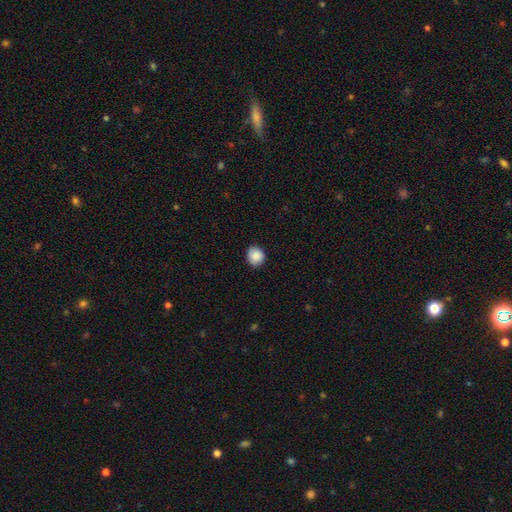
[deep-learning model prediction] Overall: smooth (89%). How rounded: round (84%). Merging: none (88%).